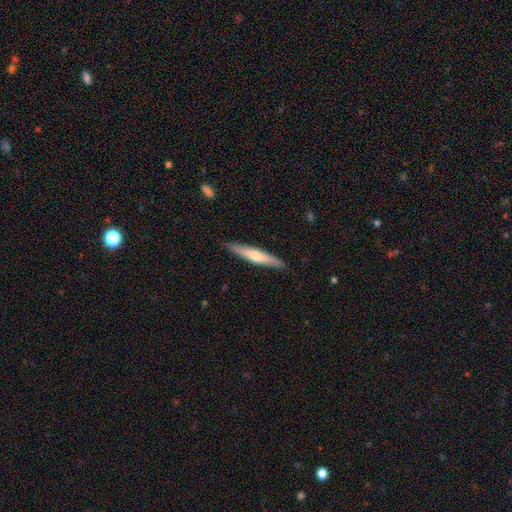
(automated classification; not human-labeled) Morphology: type=smooth (53%); roundness=cigar-shaped (91%); merging=none (89%).